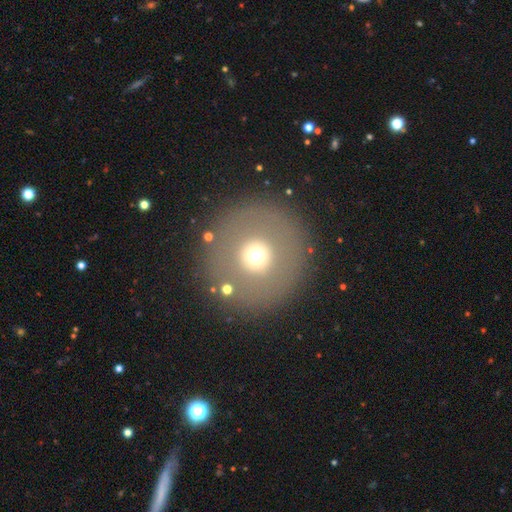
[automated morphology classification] A smooth galaxy with no disk features (60%) that is round (93%).

Vote fractions:
- Smooth or featured? smooth: 60% / featured or disk: 24% / star or artifact: 16%
- How rounded? round: 93% / in between: 5% / cigar-shaped: 1%
- Merging? none: 82% / minor disturbance: 8% / major disturbance: 6% / merger: 3%